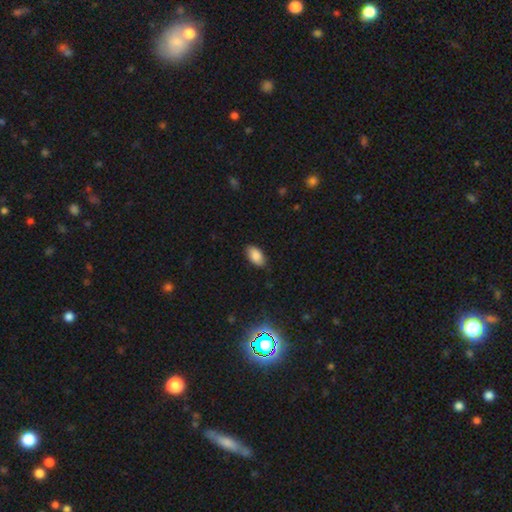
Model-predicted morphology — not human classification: smooth 87%, star or artifact 8%, featured or disk 6%. Down the decision tree: how rounded — in between (94%); merging — none (85%).